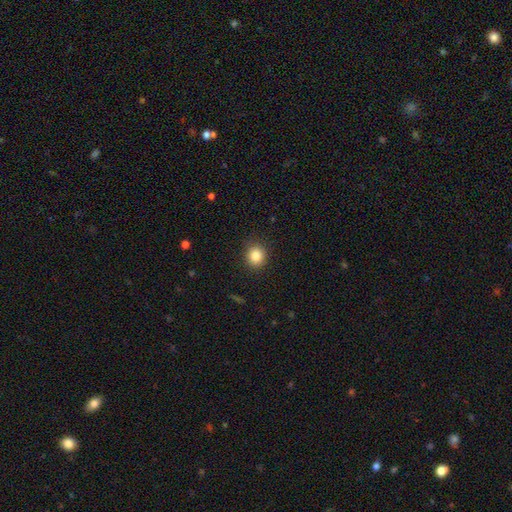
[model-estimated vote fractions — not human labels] smooth_or_featured: smooth (p=0.85) [alt: star or artifact p=0.10]
how_rounded: round (p=0.86) [alt: in between p=0.13]
merging: none (p=0.89) [alt: minor disturbance p=0.07]